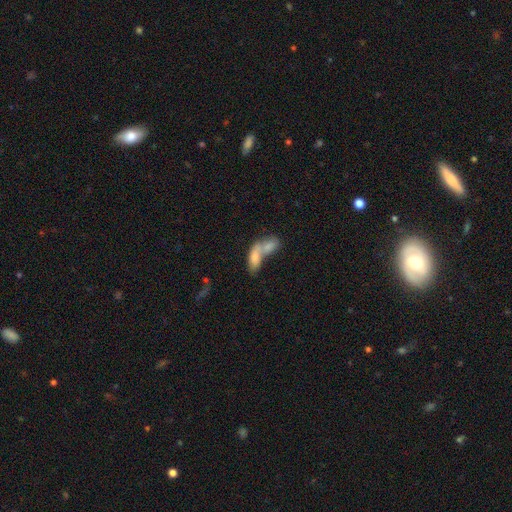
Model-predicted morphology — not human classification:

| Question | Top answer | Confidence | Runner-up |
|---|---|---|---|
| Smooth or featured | smooth | 74% | featured or disk (19%) |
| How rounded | in between | 80% | cigar-shaped (15%) |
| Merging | merger | 74% | none (15%) |